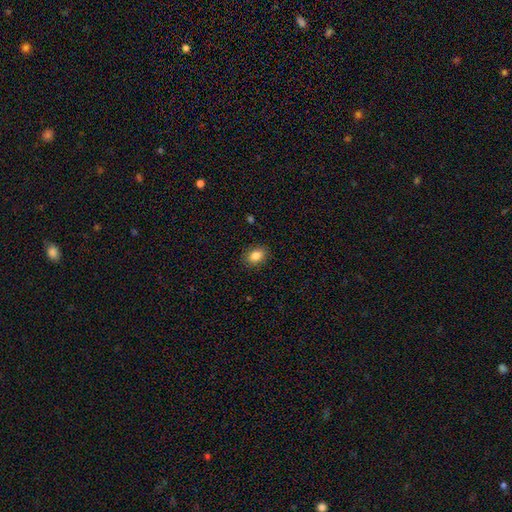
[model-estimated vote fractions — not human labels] Smooth or featured? smooth (85%)
How rounded? in between (77%)
Merging? none (88%)